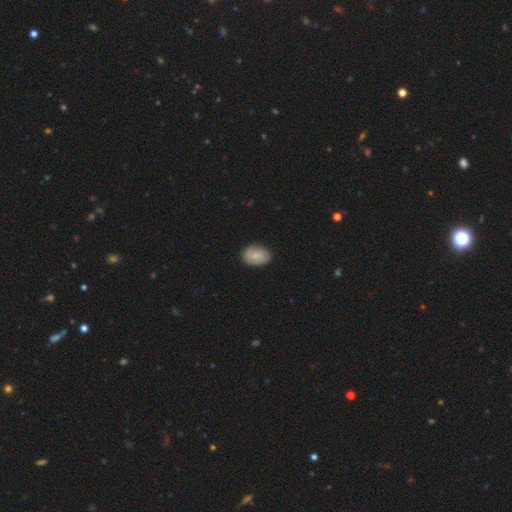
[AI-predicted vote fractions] The model was most divided on "smooth or featured": smooth: 68%, featured or disk: 25%, star or artifact: 7%. More confident: merging — none (83%); how rounded — in between (77%).